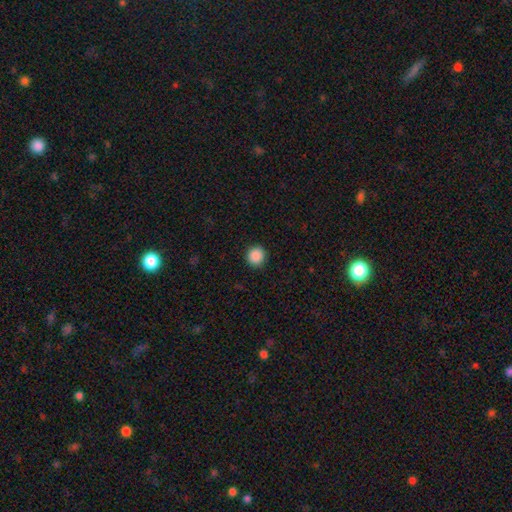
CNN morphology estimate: A smooth galaxy with no disk features (89%) that is round (94%). Merging: none (92%).